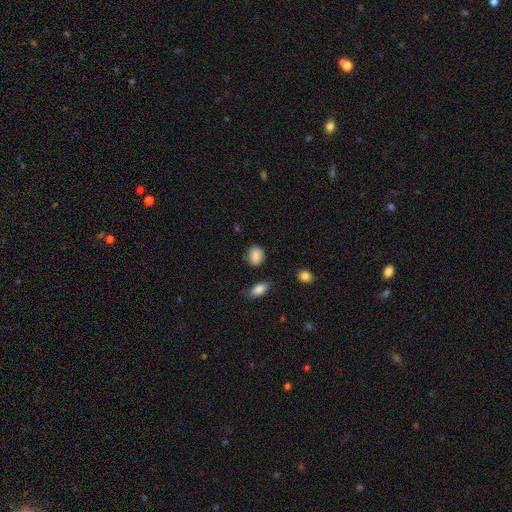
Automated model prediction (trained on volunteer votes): The model was most divided on "how rounded": round: 60%, in between: 39%, cigar-shaped: 1%. More confident: smooth or featured — smooth (86%); merging — none (75%).